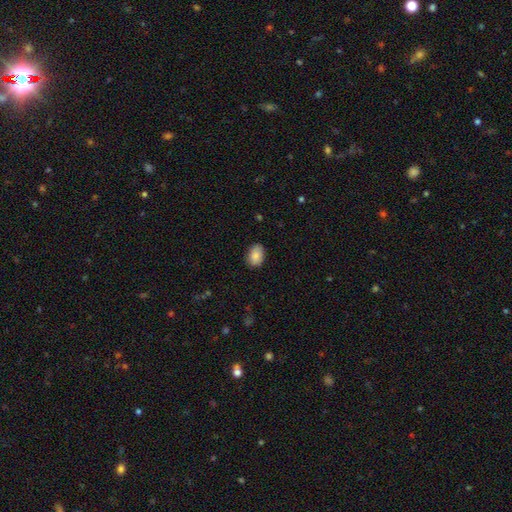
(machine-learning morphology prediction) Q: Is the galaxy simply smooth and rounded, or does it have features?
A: smooth — 87%.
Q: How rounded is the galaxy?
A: in between — 80%.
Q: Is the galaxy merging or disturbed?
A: none — 82%.